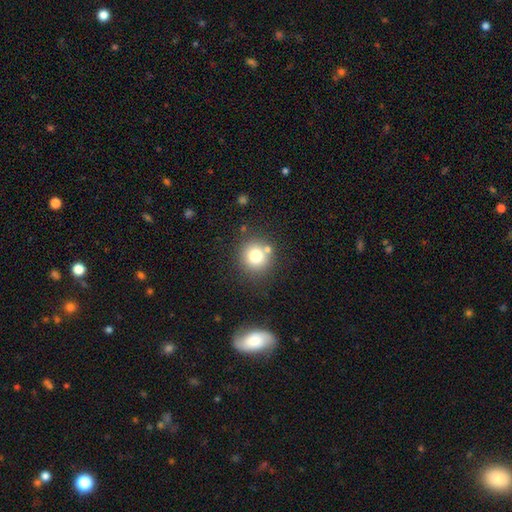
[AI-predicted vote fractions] This appears to be a smooth galaxy with no disk features (76%) that is round (91%). Merging: none (78%).